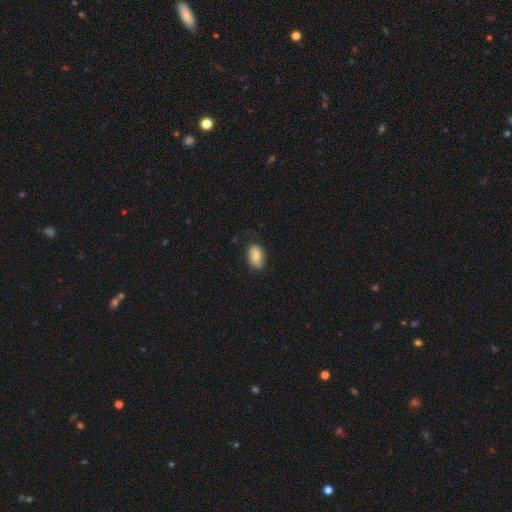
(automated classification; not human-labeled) smooth 81%, featured or disk 12%, star or artifact 7%. Down the decision tree: how rounded — in between (92%); merging — none (76%).